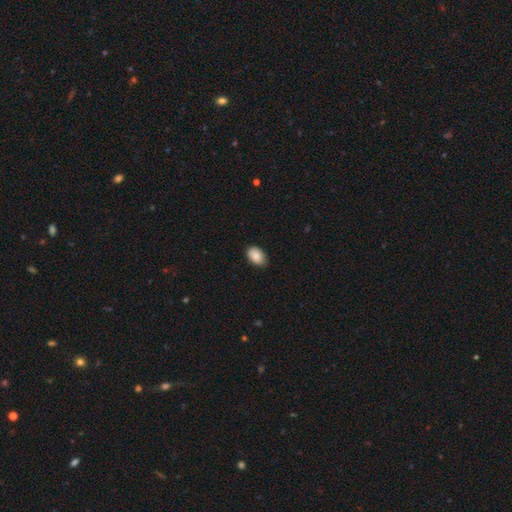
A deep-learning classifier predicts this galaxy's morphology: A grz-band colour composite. It shows a smooth galaxy with no disk features (87%) that is in between round and cigar-shaped (89%). Merging: none (81%).